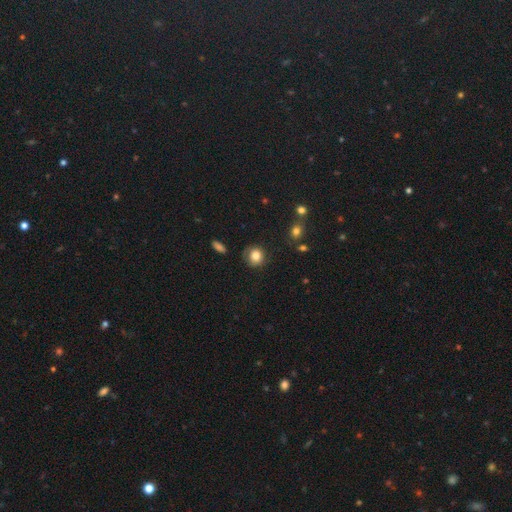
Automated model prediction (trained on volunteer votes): Overall: smooth (82%). How rounded: round (81%). Merging: none (73%).